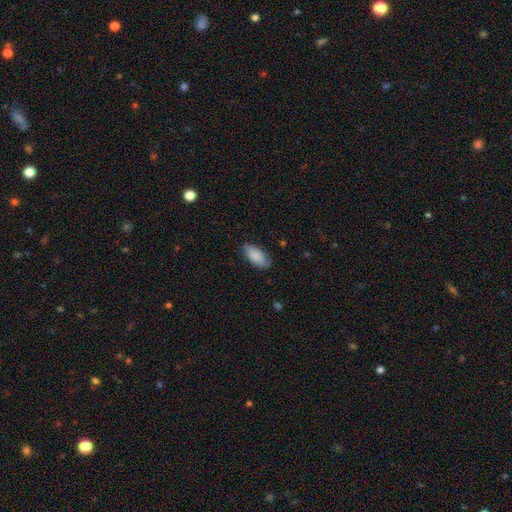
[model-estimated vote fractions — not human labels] smooth_or_featured: smooth (p=0.85) [alt: featured or disk p=0.09]
how_rounded: in between (p=0.91) [alt: cigar-shaped p=0.07]
merging: none (p=0.80) [alt: minor disturbance p=0.16]